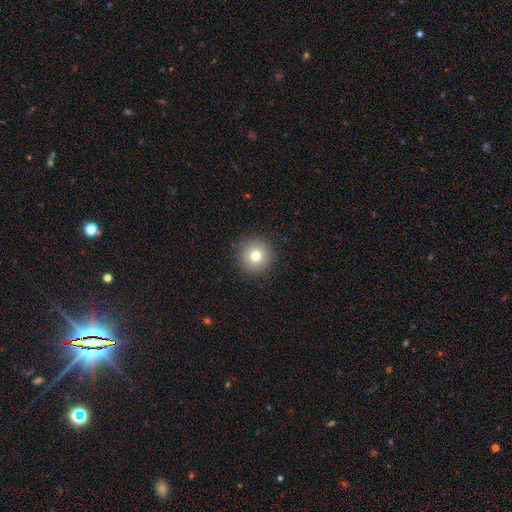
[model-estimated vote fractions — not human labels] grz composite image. It shows a smooth galaxy with no disk features (76%) that is round (95%). Merging: none (91%).